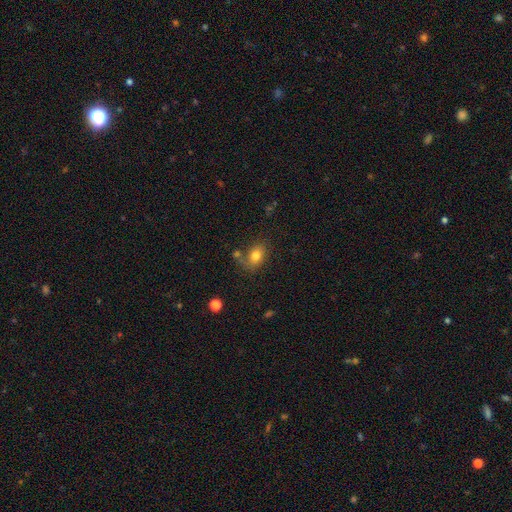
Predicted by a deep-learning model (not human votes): Q: Smooth or featured?
A: smooth (78%); runner-up: featured or disk (11%)
Q: How rounded?
A: in between (72%); runner-up: round (26%)
Q: Merging?
A: none (62%); runner-up: minor disturbance (18%)